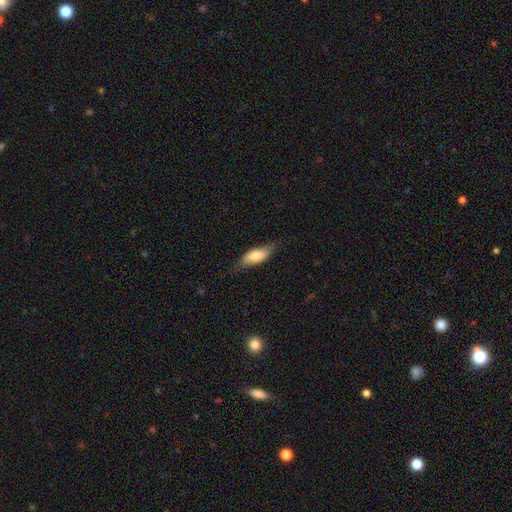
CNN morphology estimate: Smooth or featured?
  - smooth: 69% *
  - featured or disk: 25%
  - star or artifact: 6%
How rounded?
  - in between: 69% *
  - cigar-shaped: 29%
  - round: 3%
Merging?
  - none: 72% *
  - minor disturbance: 22%
  - major disturbance: 5%
  - merger: 1%